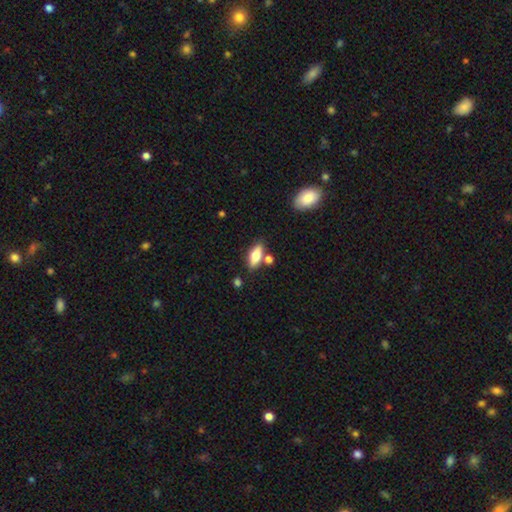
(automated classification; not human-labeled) A smooth galaxy with no disk features (70%) that is in between round and cigar-shaped (76%). Merging: none (73%).